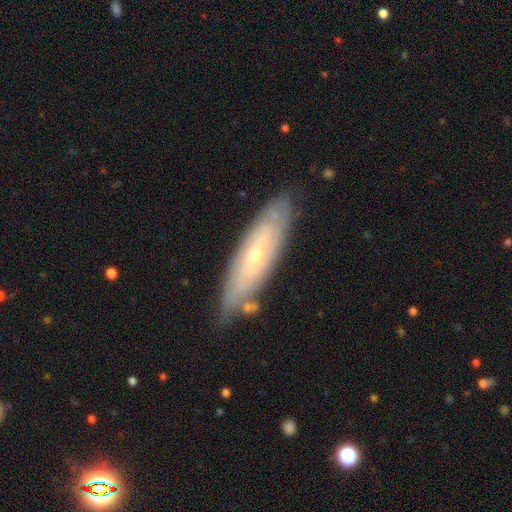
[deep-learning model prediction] Overall: featured or disk (63%; smooth 31%). Edge-on disk: no (65%; yes 35%). Merging: none (78%).